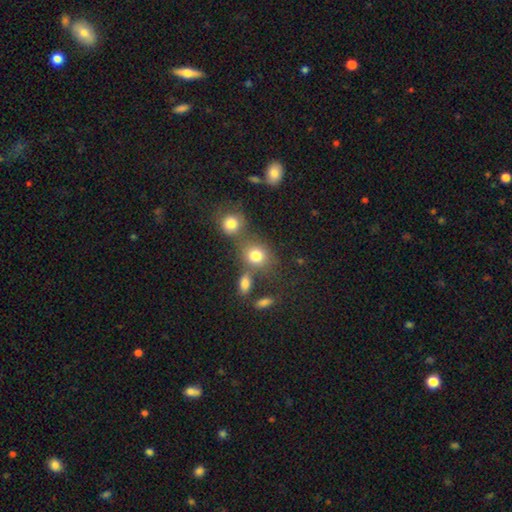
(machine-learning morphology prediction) smooth 78%, star or artifact 13%, featured or disk 9%. Down the decision tree: how rounded — round (69%); merging — none (51%).